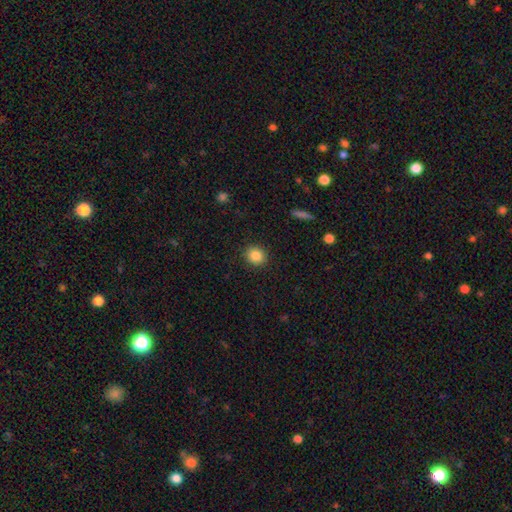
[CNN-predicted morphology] A smooth galaxy with no disk features (85%) that is round (82%). Merging: none (91%).